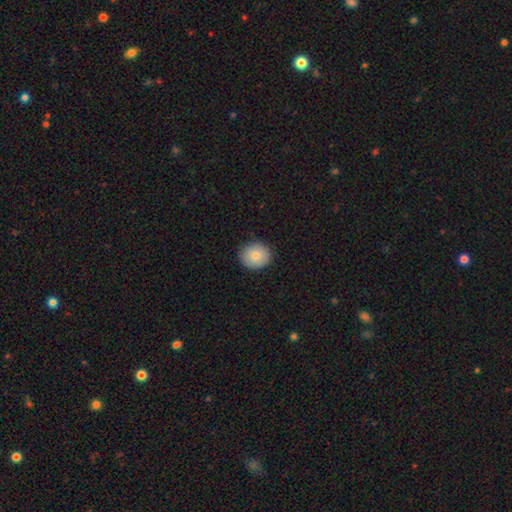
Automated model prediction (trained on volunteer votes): smooth-or-featured: smooth: 82% | featured or disk: 10% | star or artifact: 8%
  how-rounded: round: 76% | in between: 23% | cigar-shaped: 1%
  merging: none: 88% | minor disturbance: 9% | major disturbance: 2% | merger: 1%